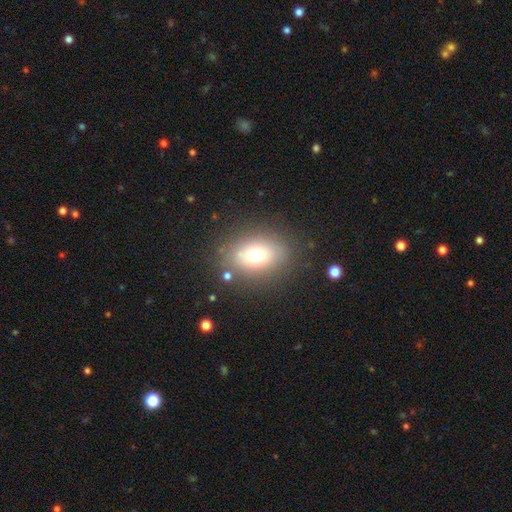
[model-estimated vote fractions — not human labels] Smooth or featured?
  - smooth: 69% *
  - featured or disk: 17%
  - star or artifact: 15%
How rounded?
  - in between: 63% *
  - round: 35%
  - cigar-shaped: 2%
Merging?
  - none: 80% *
  - minor disturbance: 11%
  - major disturbance: 5%
  - merger: 3%